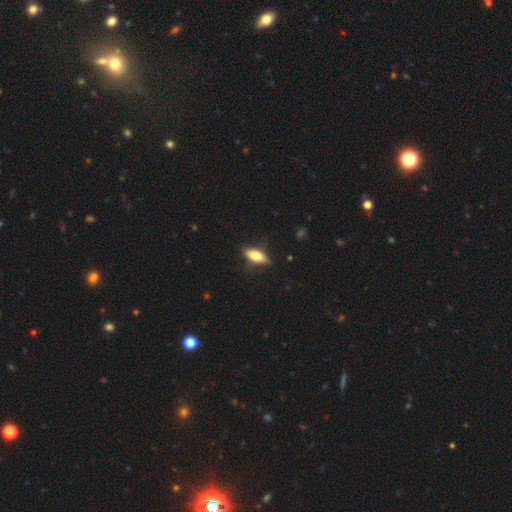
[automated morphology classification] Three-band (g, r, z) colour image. It shows a smooth galaxy with no disk features (71%) that is in between round and cigar-shaped (73%). Merging: none (85%).